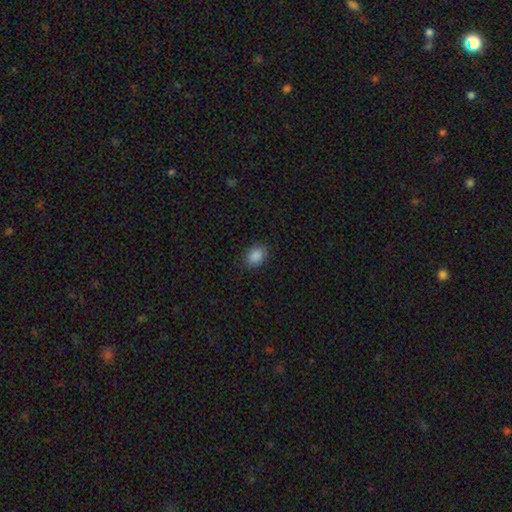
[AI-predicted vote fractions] smooth 88%, star or artifact 9%, featured or disk 4%. Down the decision tree: how rounded — in between (62%); merging — none (86%).